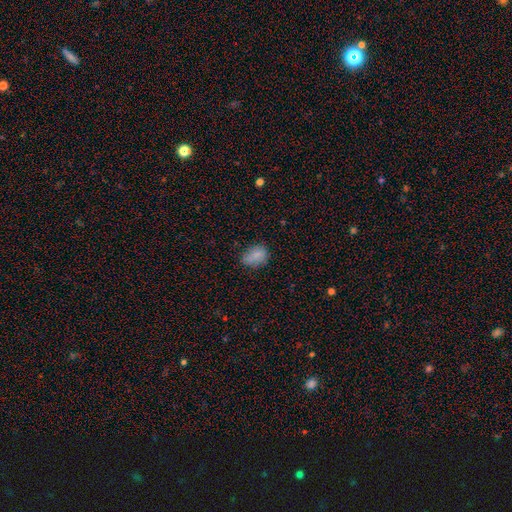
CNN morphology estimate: The model was most divided on "how rounded": in between: 70%, round: 29%, cigar-shaped: 1%. More confident: smooth or featured — smooth (82%); merging — none (69%).